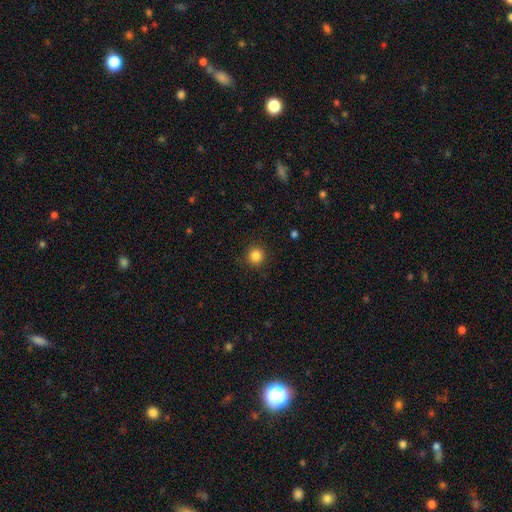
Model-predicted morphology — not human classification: Smooth or featured: smooth — 84% (star or artifact — 12%)
How rounded: round — 95% (in between — 4%)
Merging: none — 91% (minor disturbance — 6%)